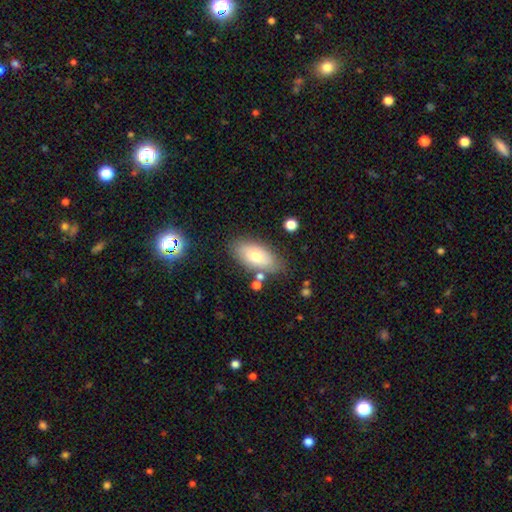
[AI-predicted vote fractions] This appears to be a smooth galaxy with no disk features (71%) that is in between round and cigar-shaped (90%). Merging: none (77%).